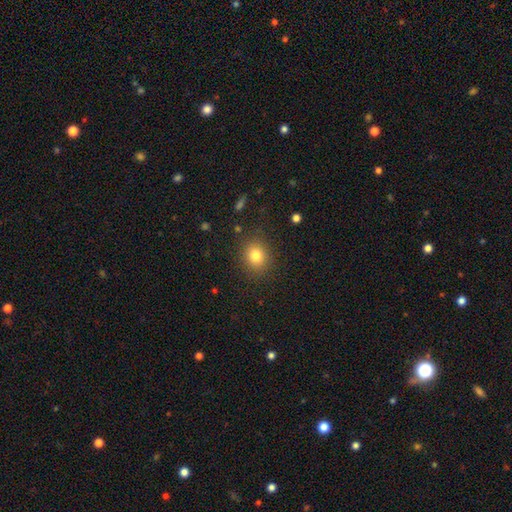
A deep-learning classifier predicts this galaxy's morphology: This is clearly a smooth galaxy (80%). How rounded: likely round (75%). Merging: clearly none (87%).